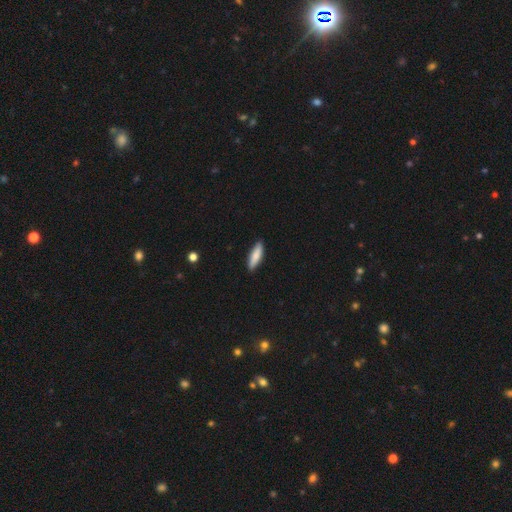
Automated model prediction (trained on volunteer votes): Overall: smooth (83%). How rounded: cigar-shaped (61%; in between 37%). Merging: none (88%).